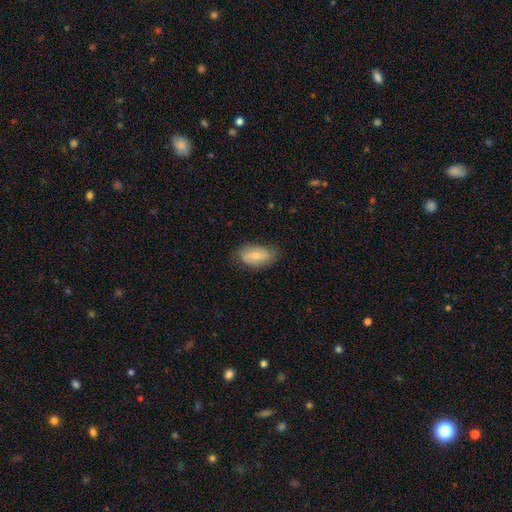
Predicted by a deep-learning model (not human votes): Morphology: type=smooth (64%); roundness=in between (92%); merging=none (77%).